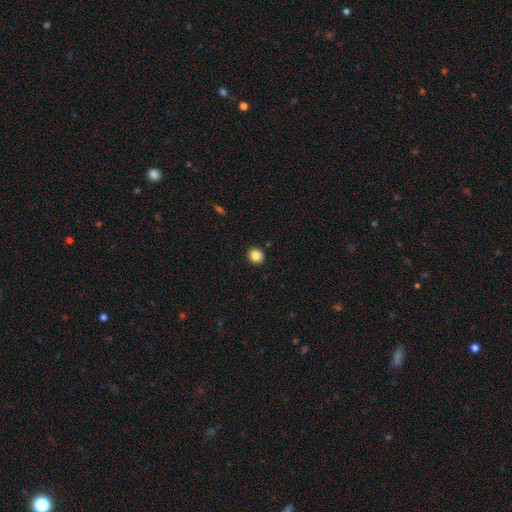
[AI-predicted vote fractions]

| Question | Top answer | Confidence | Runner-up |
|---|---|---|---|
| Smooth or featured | smooth | 85% | star or artifact (10%) |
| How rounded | round | 86% | in between (13%) |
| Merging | none | 92% | minor disturbance (5%) |